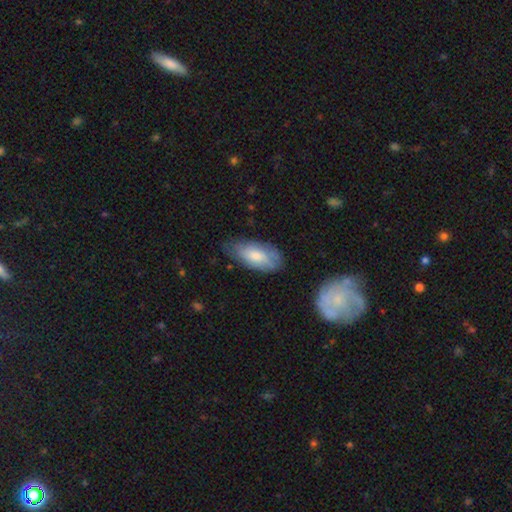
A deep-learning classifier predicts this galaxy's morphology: smooth-or-featured: smooth: 64% | featured or disk: 30% | star or artifact: 6%
  how-rounded: in between: 88% | cigar-shaped: 10% | round: 3%
  merging: none: 65% | minor disturbance: 27% | major disturbance: 6% | merger: 2%